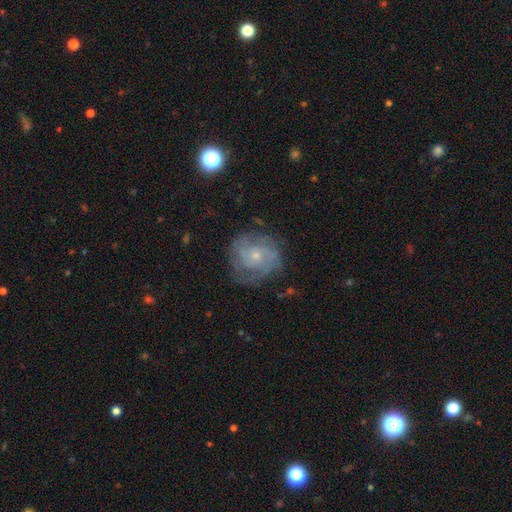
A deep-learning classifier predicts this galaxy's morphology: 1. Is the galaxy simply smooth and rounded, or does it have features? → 73% featured or disk, 19% smooth, 8% star or artifact.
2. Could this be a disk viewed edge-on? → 98% no, 2% yes.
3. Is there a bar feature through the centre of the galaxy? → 78% no, 19% weak, 3% strong.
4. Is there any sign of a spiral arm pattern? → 88% yes, 12% no.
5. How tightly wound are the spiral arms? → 54% tight, 35% medium, 11% loose.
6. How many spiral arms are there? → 38% can't tell, 25% 2, 18% 3, 8% 4, 5% 1, 5% more than 4.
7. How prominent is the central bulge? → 73% small, 22% moderate, 3% none, 1% large, 1% dominant.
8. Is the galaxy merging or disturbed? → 70% none, 19% minor disturbance, 9% major disturbance, 1% merger.